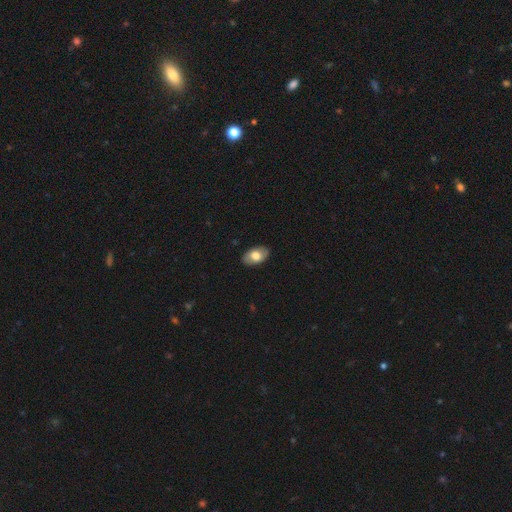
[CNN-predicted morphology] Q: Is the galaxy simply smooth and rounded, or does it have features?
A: smooth — 72%.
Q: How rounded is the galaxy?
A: in between — 93%.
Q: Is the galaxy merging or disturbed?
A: none — 88%.